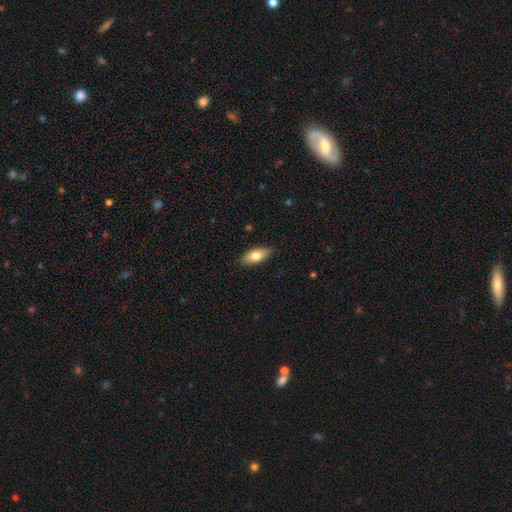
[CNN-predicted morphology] This is likely a smooth galaxy (75%). How rounded: clearly in between (82%). Merging: clearly none (87%).